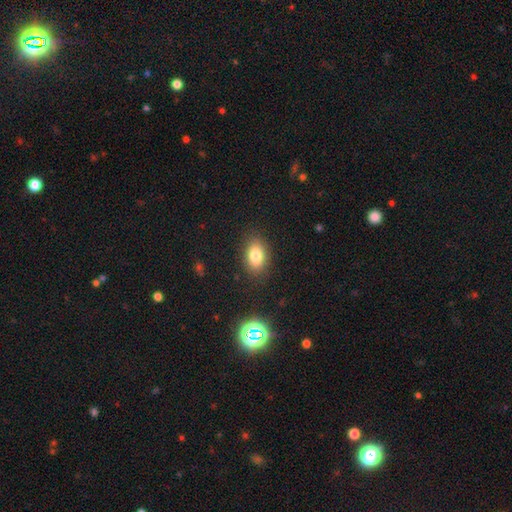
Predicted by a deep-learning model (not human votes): This is likely a smooth galaxy (79%). How rounded: clearly in between (83%). Merging: clearly none (86%).